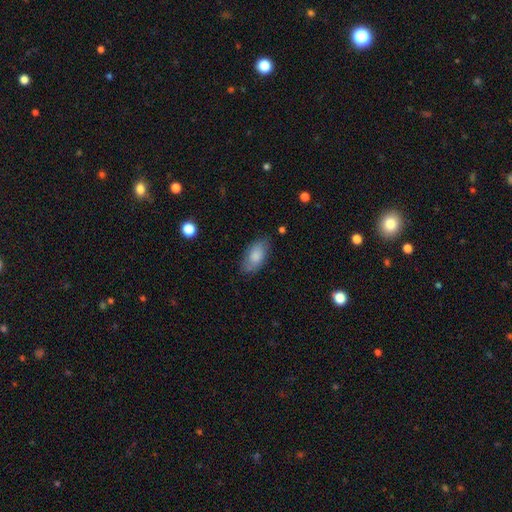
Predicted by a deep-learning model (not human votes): Overall: smooth (80%). How rounded: in between (92%). Merging: none (74%).